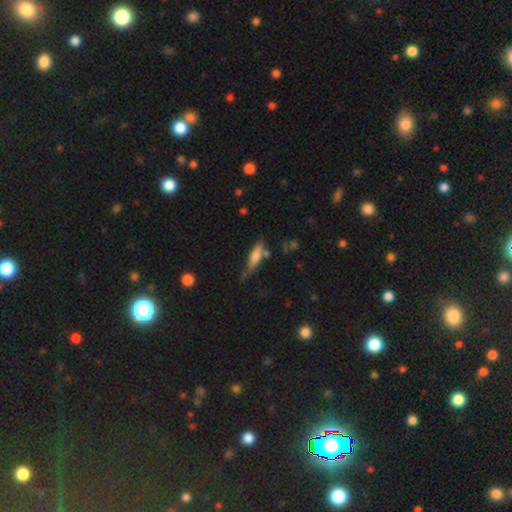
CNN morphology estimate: Q: Smooth or featured?
A: smooth (65%); runner-up: featured or disk (28%)
Q: How rounded?
A: cigar-shaped (66%); runner-up: in between (32%)
Q: Merging?
A: none (47%); runner-up: minor disturbance (32%)